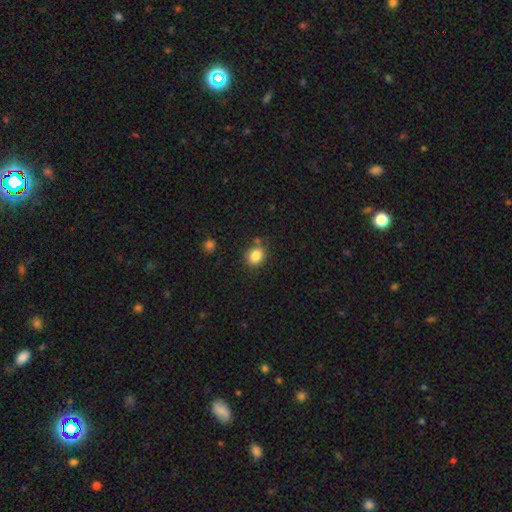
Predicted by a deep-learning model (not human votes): The model was most divided on "how rounded": round: 57%, in between: 42%, cigar-shaped: 1%. More confident: smooth or featured — smooth (84%); merging — none (77%).